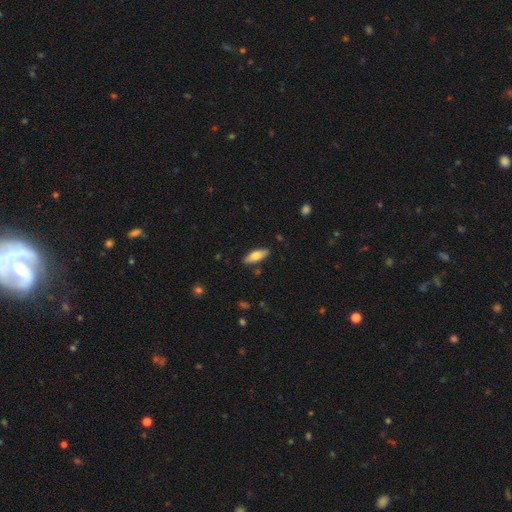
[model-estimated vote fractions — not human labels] Overall: smooth (70%). How rounded: in between (69%; cigar-shaped 29%). Merging: none (86%).